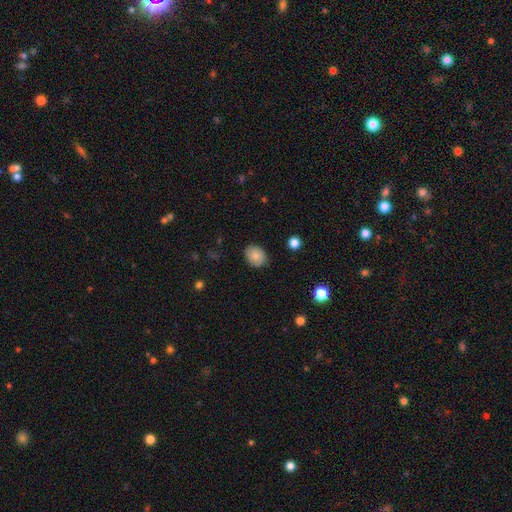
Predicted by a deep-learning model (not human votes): Smooth or featured?
  - smooth: 83% *
  - featured or disk: 9%
  - star or artifact: 8%
How rounded?
  - round: 54% *
  - in between: 45%
  - cigar-shaped: 1%
Merging?
  - none: 85% *
  - minor disturbance: 11%
  - major disturbance: 3%
  - merger: 1%